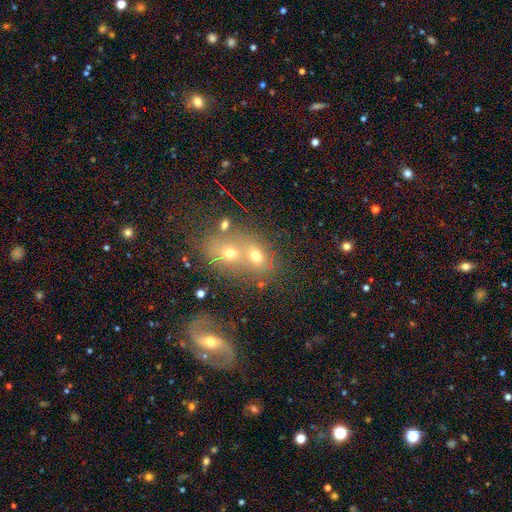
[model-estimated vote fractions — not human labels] A smooth galaxy with no disk features (59%) that is round (52%).

Vote fractions:
- Smooth or featured? smooth: 59% / star or artifact: 21% / featured or disk: 20%
- How rounded? round: 52% / in between: 46% / cigar-shaped: 2%
- Merging? merger: 57% / none: 32% / minor disturbance: 7% / major disturbance: 4%